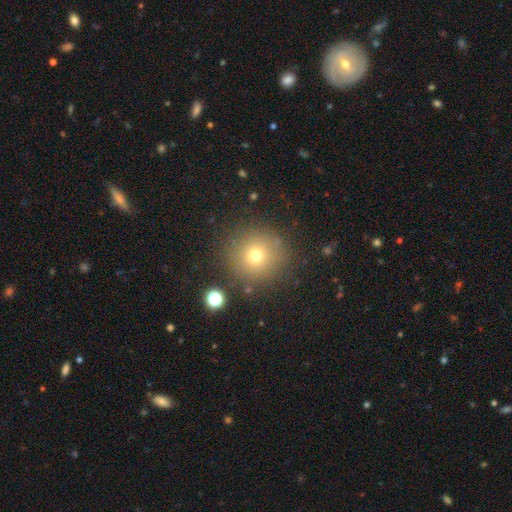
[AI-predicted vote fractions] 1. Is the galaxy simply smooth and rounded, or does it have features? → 70% smooth, 19% star or artifact, 11% featured or disk.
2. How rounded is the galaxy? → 94% round, 5% in between, 1% cigar-shaped.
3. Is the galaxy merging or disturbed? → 86% none, 8% minor disturbance, 4% major disturbance, 3% merger.